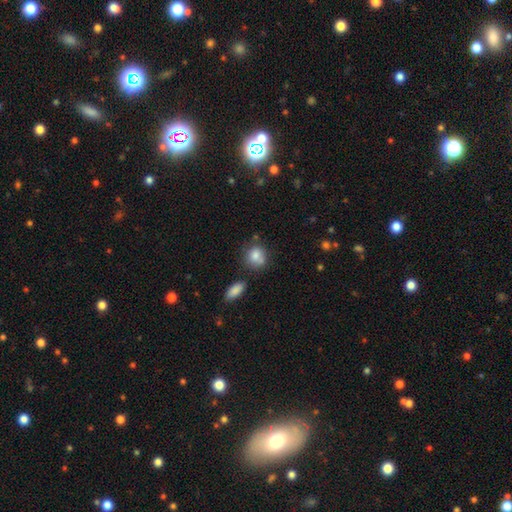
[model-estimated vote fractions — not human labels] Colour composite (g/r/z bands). It shows a smooth galaxy with no disk features (81%) that is round (71%). Merging: none (55%).